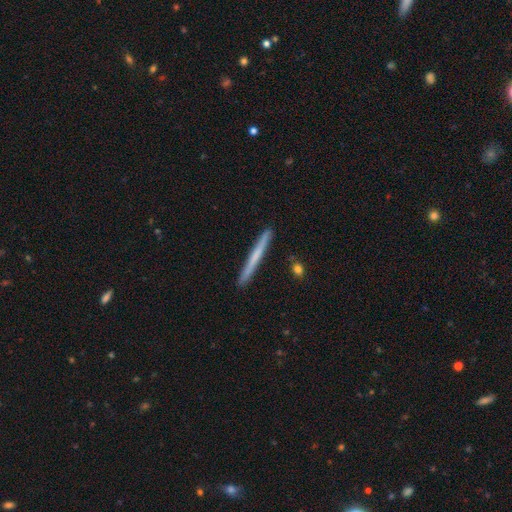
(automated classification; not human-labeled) Smooth or featured?
  - smooth: 53% *
  - featured or disk: 41%
  - star or artifact: 6%
How rounded?
  - cigar-shaped: 97% *
  - in between: 2%
  - round: 1%
Merging?
  - none: 92% *
  - minor disturbance: 6%
  - merger: 1%
  - major disturbance: 1%